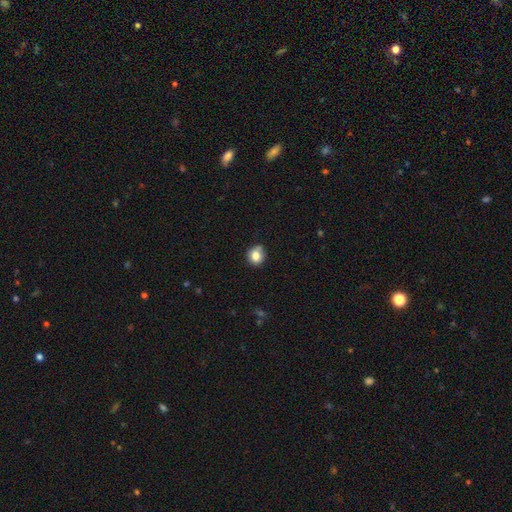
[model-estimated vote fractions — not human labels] This is clearly a smooth galaxy (80%). How rounded: likely round (78%). Merging: likely none (73%).